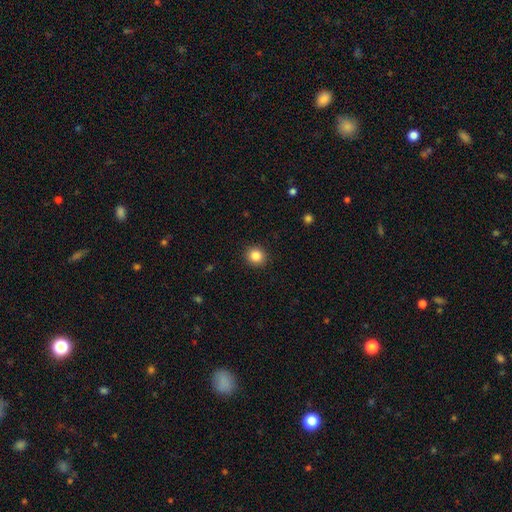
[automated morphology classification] Smooth or featured? Predicted: smooth (p=0.85). How rounded? Predicted: round (p=0.90). Merging? Predicted: none (p=0.92).